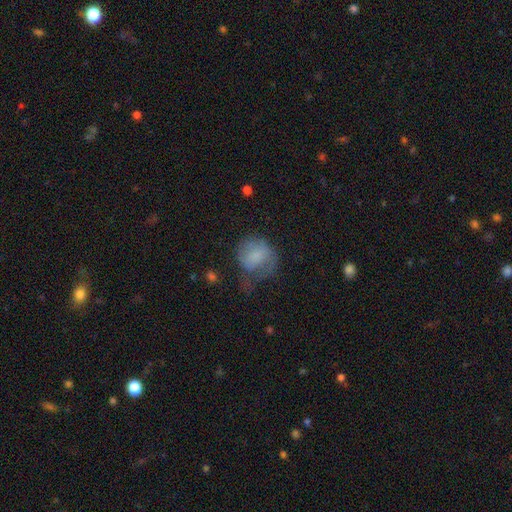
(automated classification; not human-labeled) Smooth or featured: smooth — 62% (featured or disk — 30%)
How rounded: round — 69% (in between — 30%)
Merging: major disturbance — 40% (none — 29%)